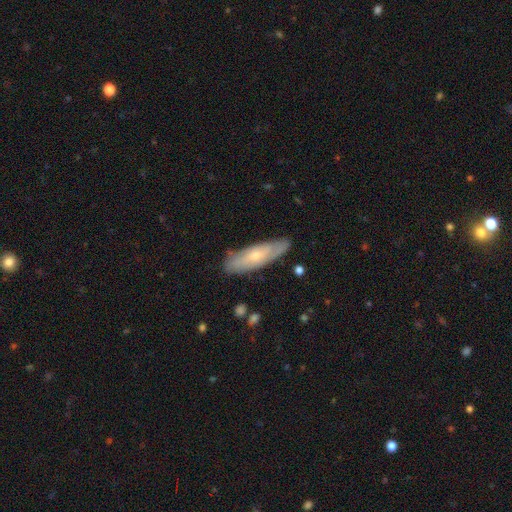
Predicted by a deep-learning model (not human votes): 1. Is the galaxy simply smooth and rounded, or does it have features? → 49% smooth, 44% featured or disk, 6% star or artifact.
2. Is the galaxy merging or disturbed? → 79% none, 16% minor disturbance, 3% major disturbance, 2% merger.